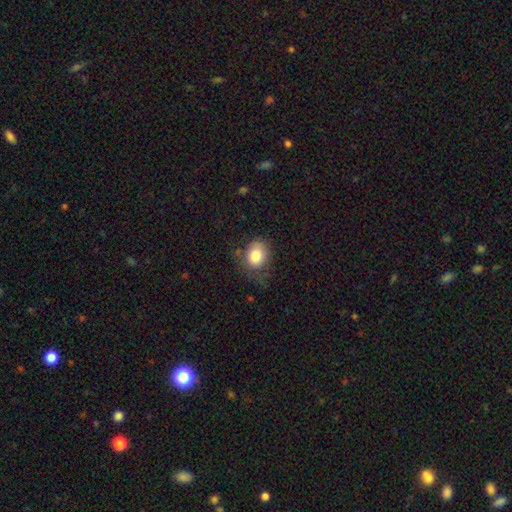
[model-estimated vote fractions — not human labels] This appears to be a smooth galaxy with no disk features (81%) that is round (58%). Merging: none (63%).